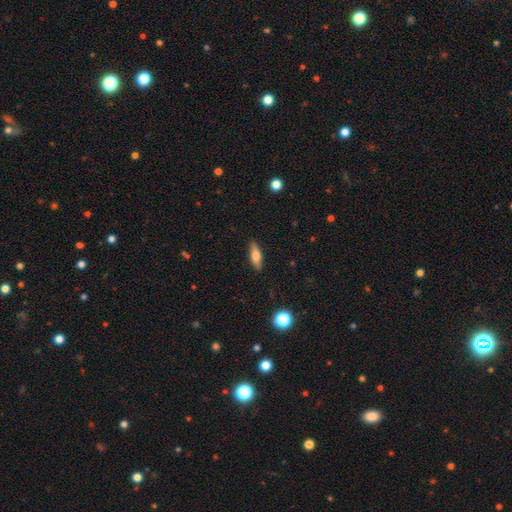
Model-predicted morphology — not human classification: smooth-or-featured: smooth: 67% | featured or disk: 25% | star or artifact: 7%
  how-rounded: in between: 54% | cigar-shaped: 43% | round: 3%
  merging: none: 87% | minor disturbance: 9% | major disturbance: 2% | merger: 1%